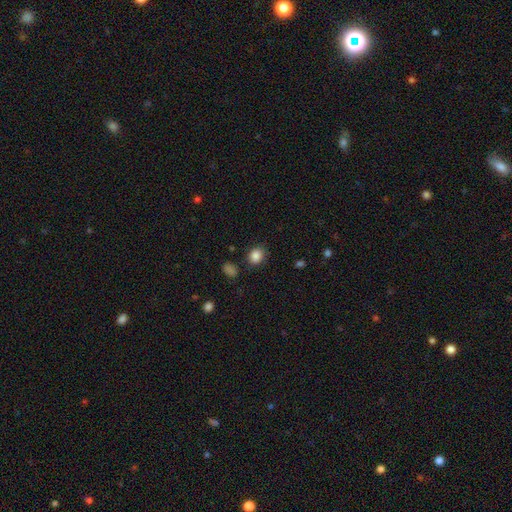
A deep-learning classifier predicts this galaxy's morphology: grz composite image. It shows a smooth galaxy with no disk features (86%) that is round (62%). Merging: none (83%).